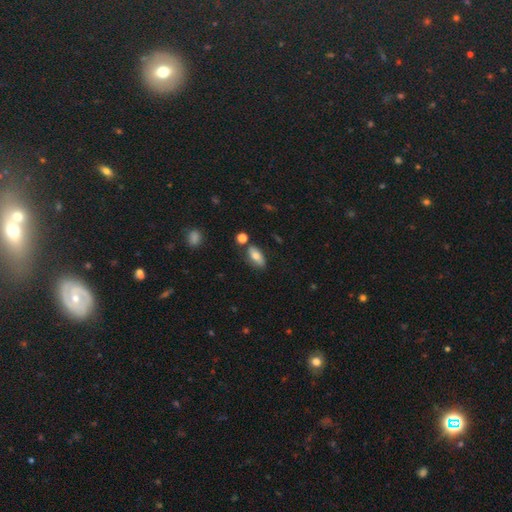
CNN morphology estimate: smooth 74%, featured or disk 18%, star or artifact 8%. Down the decision tree: how rounded — in between (85%); merging — none (75%).